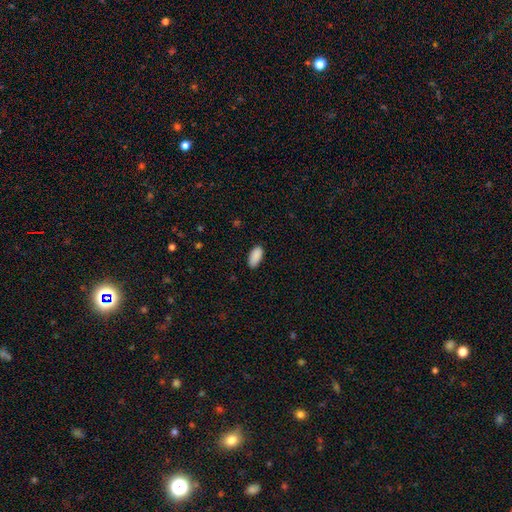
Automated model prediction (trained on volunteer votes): Q: Smooth or featured?
A: smooth (90%); runner-up: star or artifact (6%)
Q: How rounded?
A: in between (92%); runner-up: cigar-shaped (7%)
Q: Merging?
A: none (85%); runner-up: minor disturbance (11%)